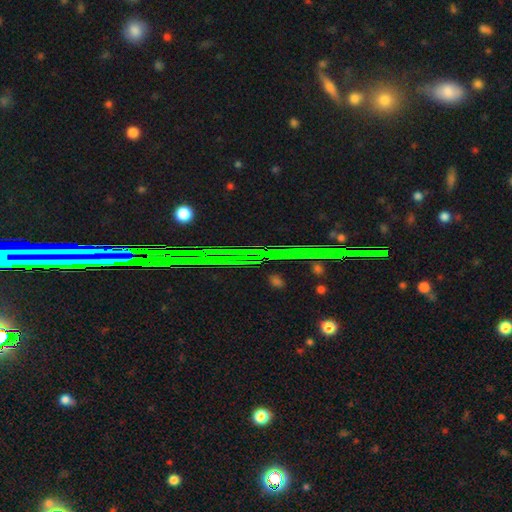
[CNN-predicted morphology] Q: Smooth or featured?
A: star or artifact (80%); runner-up: featured or disk (10%)